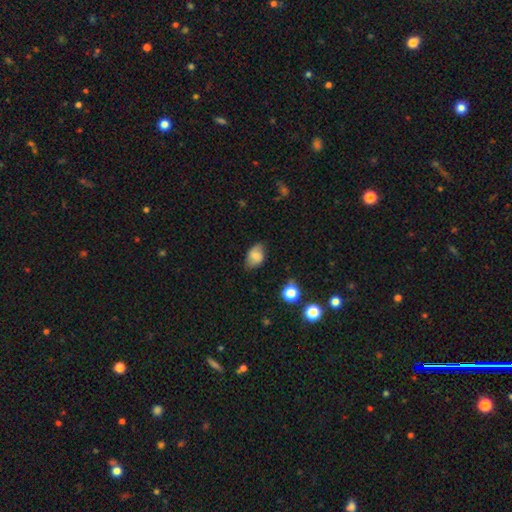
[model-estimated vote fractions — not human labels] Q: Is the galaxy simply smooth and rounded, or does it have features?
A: smooth — 72%.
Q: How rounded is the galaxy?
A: in between — 85%.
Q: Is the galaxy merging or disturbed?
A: none — 71%.